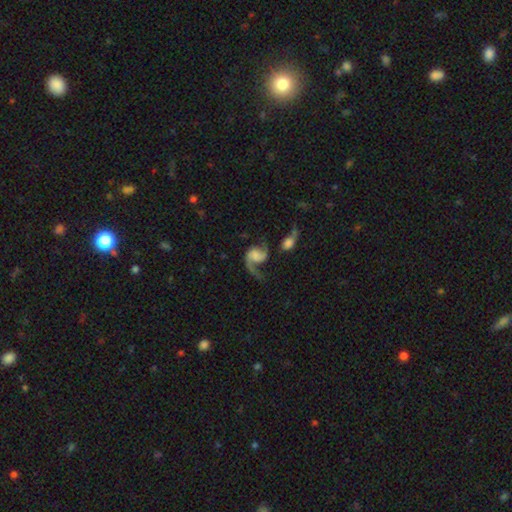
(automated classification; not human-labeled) smooth_or_featured: featured or disk (p=0.84) [alt: smooth p=0.10]
disk_edge_on: no (p=0.98) [alt: yes p=0.02]
bar: no (p=0.59) [alt: weak p=0.33]
has_spiral_arms: yes (p=0.96) [alt: no p=0.04]
spiral_winding: loose (p=0.64) [alt: medium p=0.30]
spiral_arm_count: 2 (p=0.78) [alt: 1 p=0.17]
bulge_size: none (p=0.34) [alt: small p=0.27]
merging: none (p=0.43) [alt: major disturbance p=0.26]